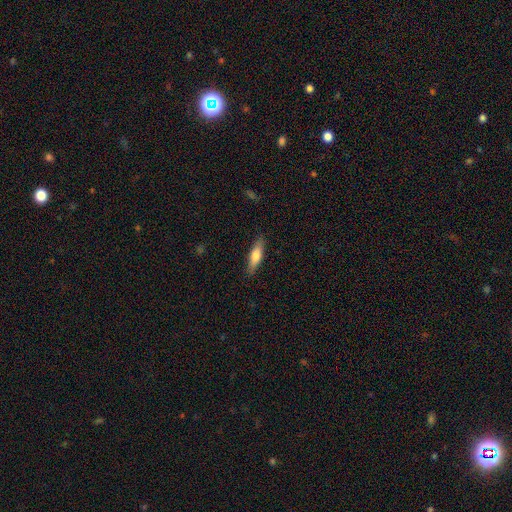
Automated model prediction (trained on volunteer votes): A smooth galaxy with no disk features (65%) that is cigar-shaped (65%). Merging: none (87%).